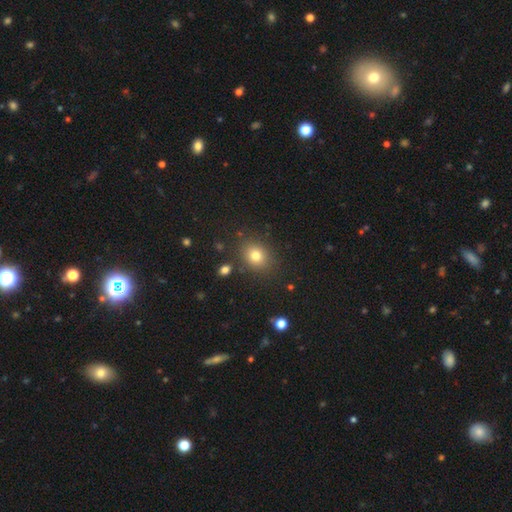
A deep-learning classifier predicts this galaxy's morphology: The model was most divided on "how rounded": round: 61%, in between: 38%, cigar-shaped: 1%. More confident: merging — none (84%); smooth or featured — smooth (79%).